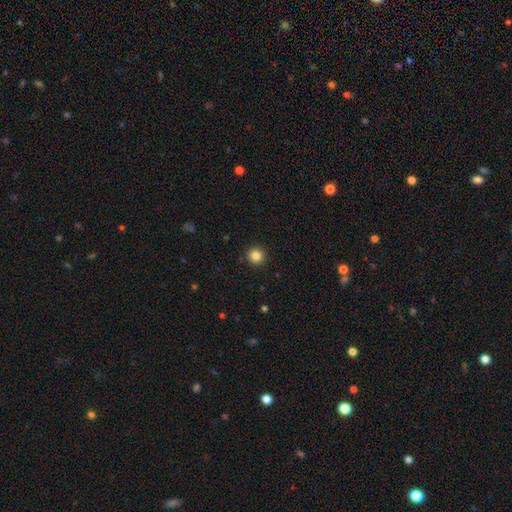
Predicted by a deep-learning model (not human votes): Smooth or featured?
  - smooth: 84% *
  - star or artifact: 11%
  - featured or disk: 5%
How rounded?
  - round: 95% *
  - in between: 4%
  - cigar-shaped: 1%
Merging?
  - none: 93% *
  - minor disturbance: 4%
  - major disturbance: 2%
  - merger: 1%